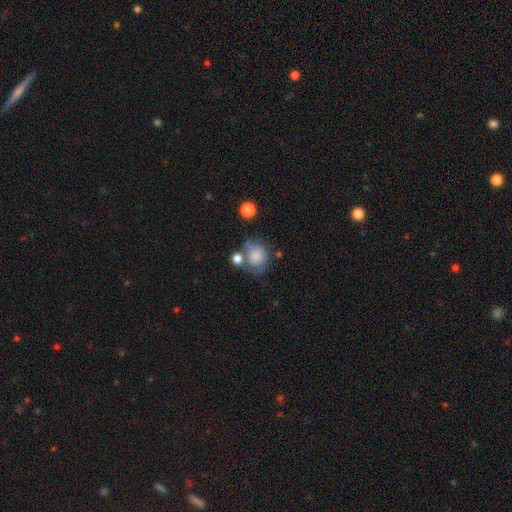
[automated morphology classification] smooth 74%, featured or disk 16%, star or artifact 9%. Down the decision tree: how rounded — round (73%); merging — none (49%).